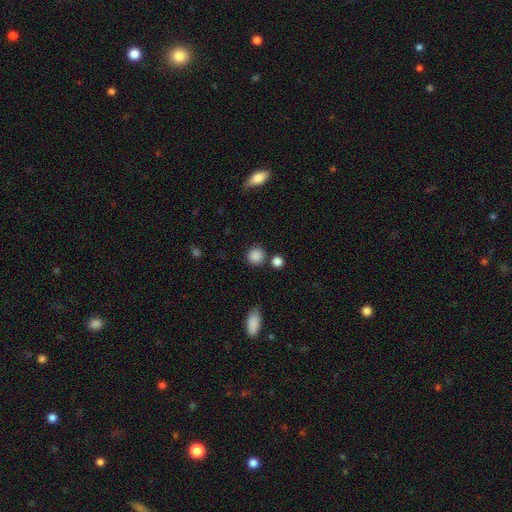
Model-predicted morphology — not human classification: type=smooth (86%); roundness=round (91%); merging=none (80%).